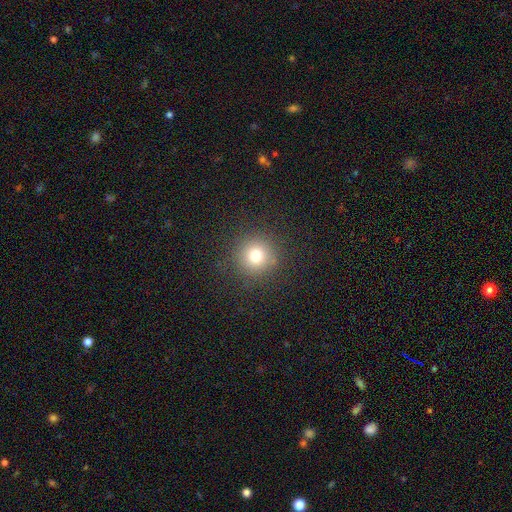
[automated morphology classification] The model was most divided on "smooth or featured": smooth: 75%, star or artifact: 16%, featured or disk: 9%. More confident: how rounded — round (95%); merging — none (89%).